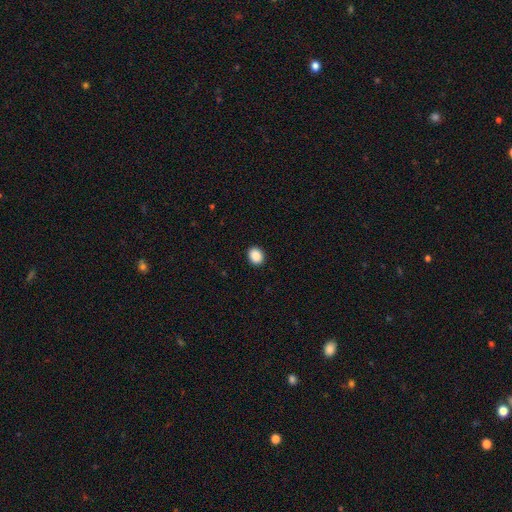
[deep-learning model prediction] smooth_or_featured: smooth (p=0.88) [alt: star or artifact p=0.09]
how_rounded: round (p=0.59) [alt: in between p=0.40]
merging: none (p=0.92) [alt: minor disturbance p=0.06]